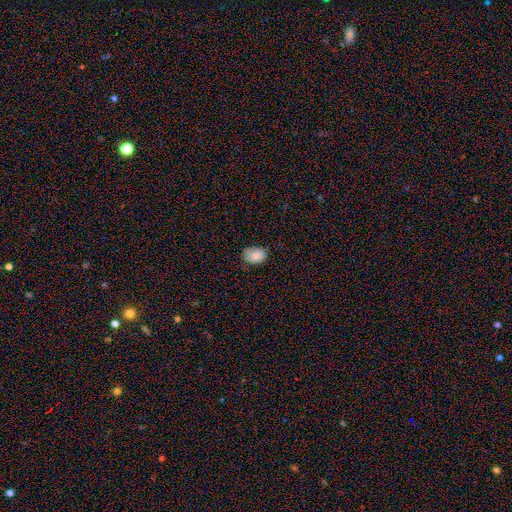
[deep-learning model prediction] Smooth or featured?
  - smooth: 86% *
  - star or artifact: 8%
  - featured or disk: 6%
How rounded?
  - in between: 75% *
  - round: 25%
  - cigar-shaped: 1%
Merging?
  - none: 68% *
  - minor disturbance: 26%
  - major disturbance: 5%
  - merger: 1%